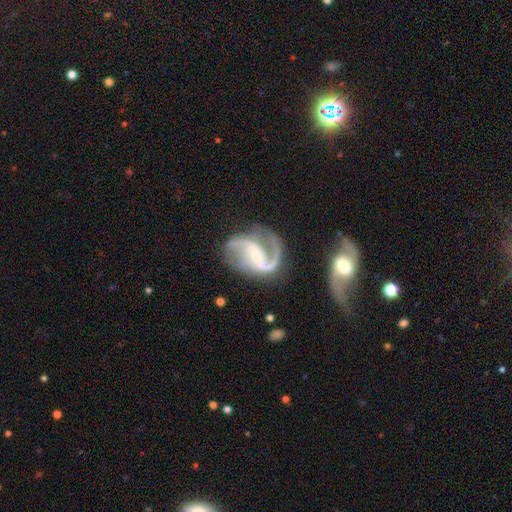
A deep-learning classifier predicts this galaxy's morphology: featured or disk 91%, star or artifact 5%, smooth 4%. Down the decision tree: edge-on disk — no (98%); bar — weak (40%); spiral arms — yes (97%); spiral arm count — 2 (81%); spiral winding — medium (50%); bulge size — small (71%); merging — none (59%).